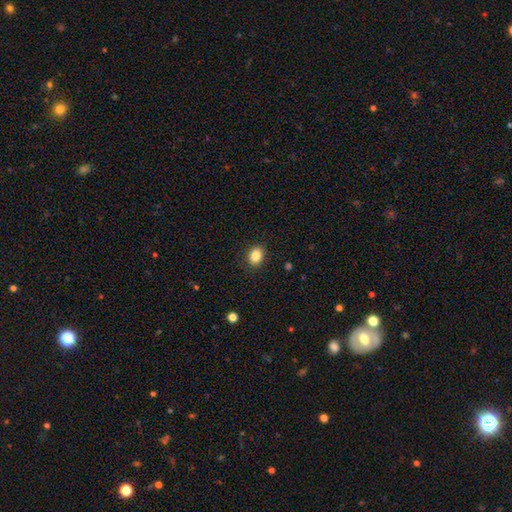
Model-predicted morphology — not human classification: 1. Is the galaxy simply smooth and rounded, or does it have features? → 85% smooth, 10% star or artifact, 5% featured or disk.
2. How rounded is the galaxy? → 51% in between, 48% round, 1% cigar-shaped.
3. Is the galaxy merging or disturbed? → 89% none, 8% minor disturbance, 2% major disturbance, 1% merger.